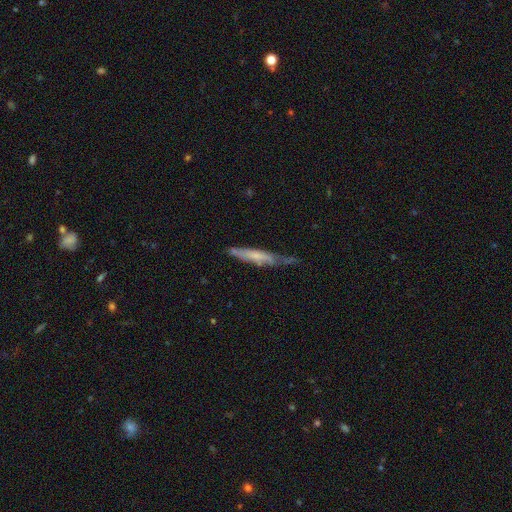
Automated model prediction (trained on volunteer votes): Smooth or featured? smooth (49%)
Merging? none (50%)